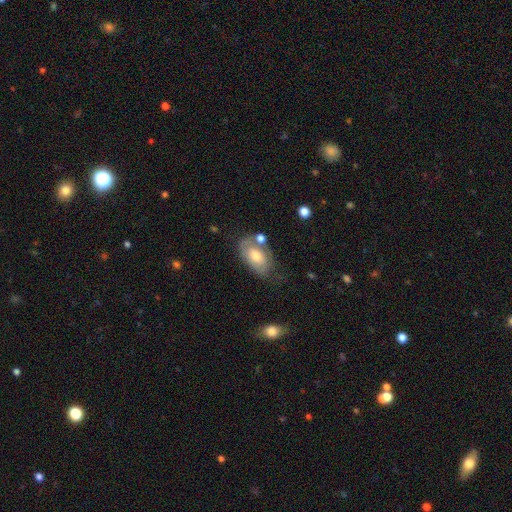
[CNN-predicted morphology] smooth_or_featured: smooth (p=0.59) [alt: featured or disk p=0.35]
how_rounded: in between (p=0.92) [alt: round p=0.06]
merging: none (p=0.52) [alt: minor disturbance p=0.25]